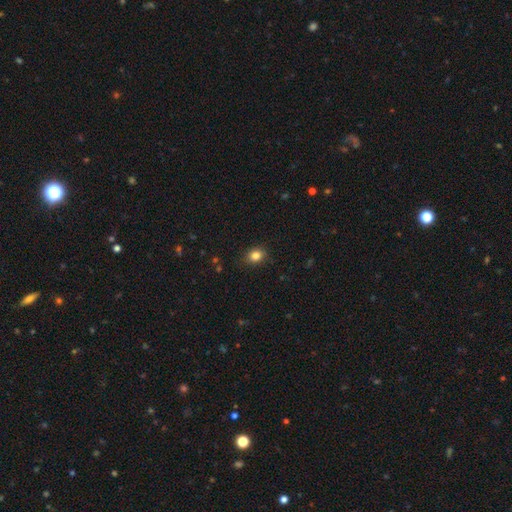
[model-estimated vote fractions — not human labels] Morphology: type=smooth (84%); roundness=round (51%); merging=none (86%).